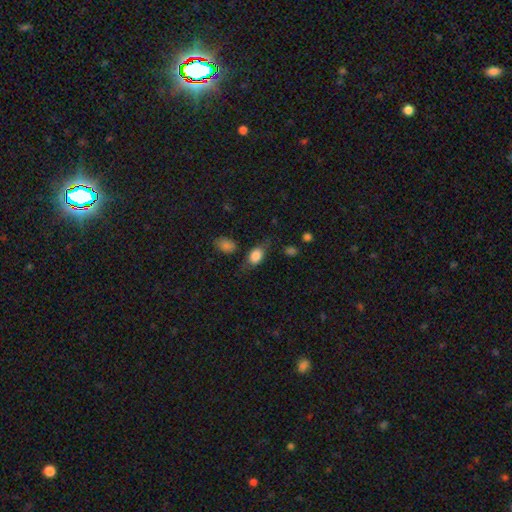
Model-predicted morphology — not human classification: A smooth galaxy with no disk features (78%) that is in between round and cigar-shaped (79%). Merging: none (62%).